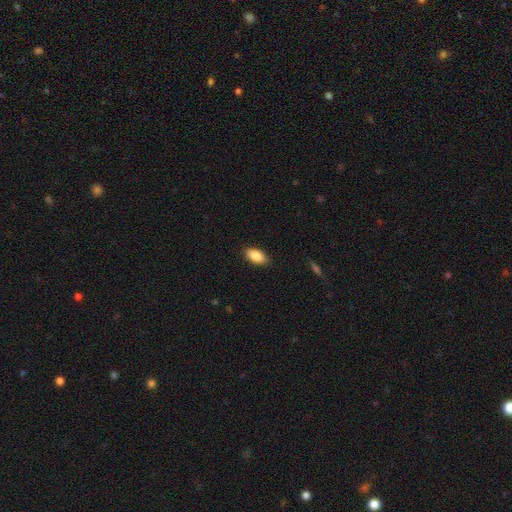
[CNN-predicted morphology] Smooth or featured: smooth — 88% (star or artifact — 7%)
How rounded: in between — 93% (cigar-shaped — 4%)
Merging: none — 89% (minor disturbance — 8%)